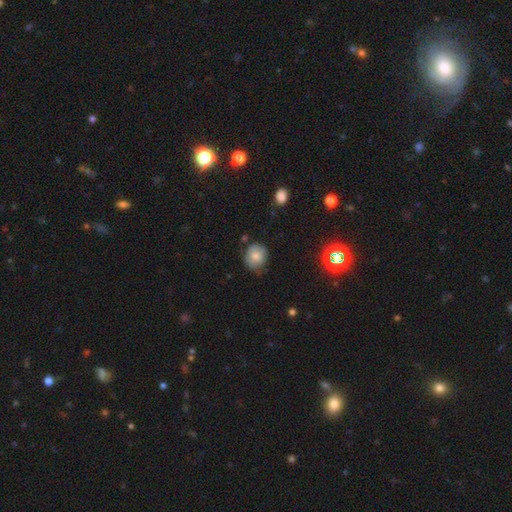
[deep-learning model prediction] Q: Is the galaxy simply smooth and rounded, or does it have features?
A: smooth — 75%.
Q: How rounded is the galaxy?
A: round — 75%.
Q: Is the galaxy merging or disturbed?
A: none — 61%.